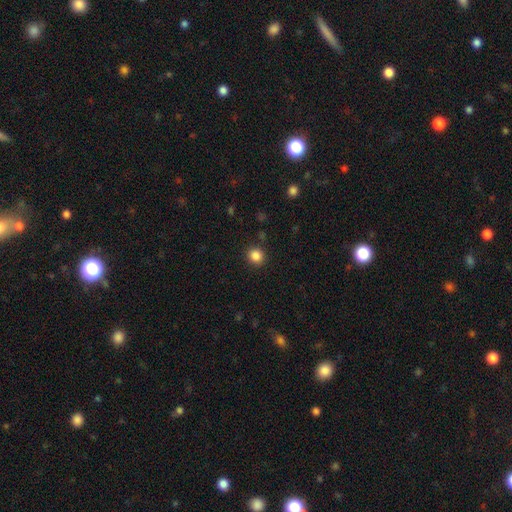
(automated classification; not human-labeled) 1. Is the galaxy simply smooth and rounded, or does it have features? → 86% smooth, 11% star or artifact, 3% featured or disk.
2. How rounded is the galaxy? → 87% round, 13% in between, 1% cigar-shaped.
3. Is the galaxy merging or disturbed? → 90% none, 6% minor disturbance, 2% major disturbance, 2% merger.